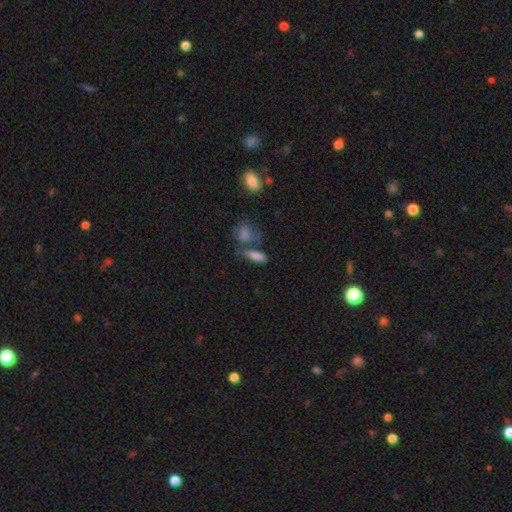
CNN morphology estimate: type=smooth (78%); roundness=in between (61%); merging=none (48%).